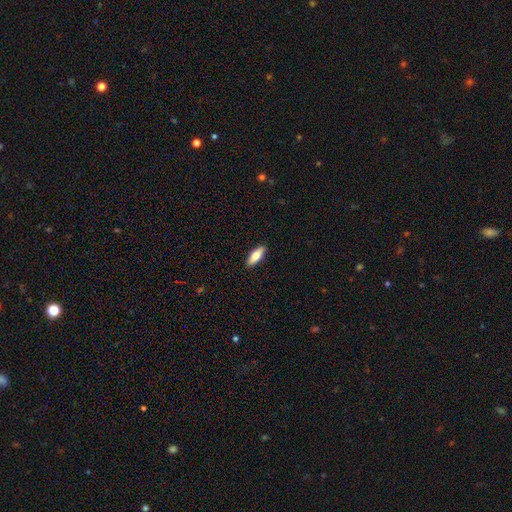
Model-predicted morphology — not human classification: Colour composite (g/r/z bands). It shows a smooth galaxy with no disk features (74%) that is in between round and cigar-shaped (64%). Merging: none (90%).